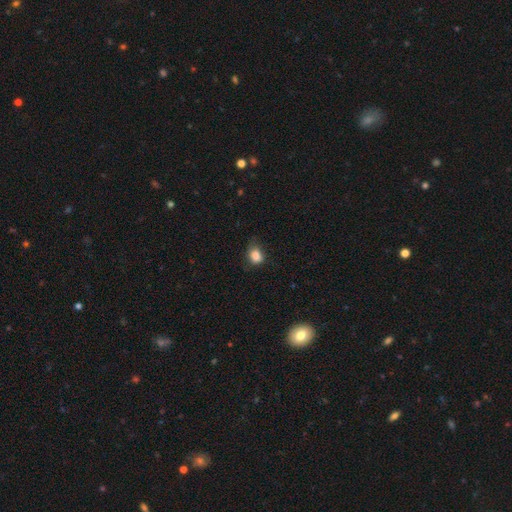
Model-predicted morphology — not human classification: This appears to be a smooth galaxy with no disk features (84%) that is in between round and cigar-shaped (55%). Merging: none (61%).